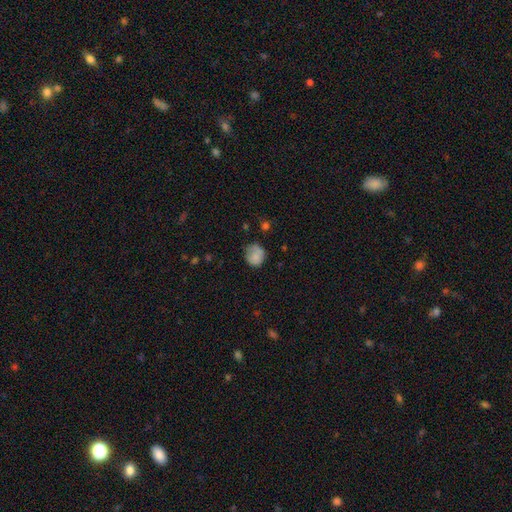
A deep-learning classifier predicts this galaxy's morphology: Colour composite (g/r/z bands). It shows a smooth galaxy with no disk features (76%) that is round (76%). Merging: none (58%).